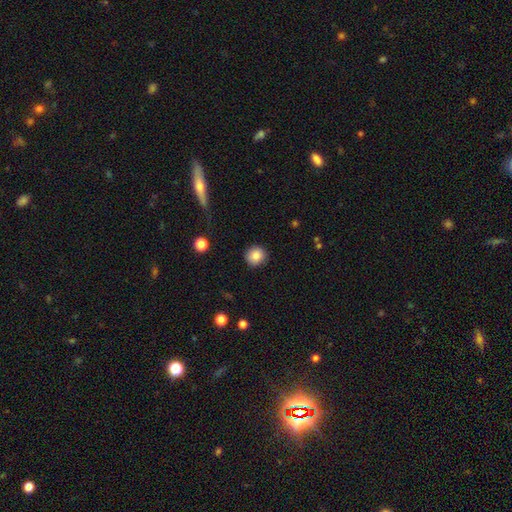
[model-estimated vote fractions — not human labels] A smooth galaxy with no disk features (86%) that is round (91%). Merging: none (90%).